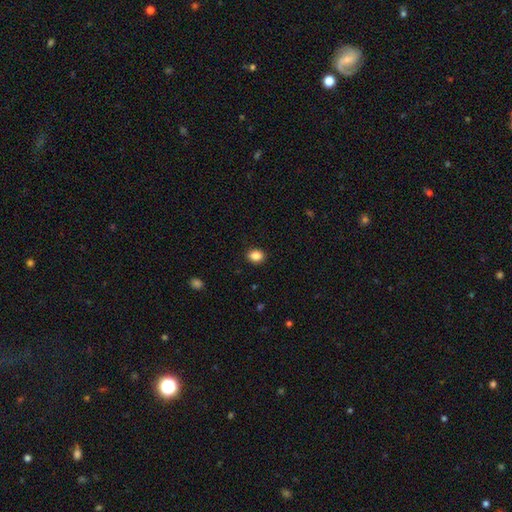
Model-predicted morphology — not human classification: Smooth or featured? smooth (87%)
How rounded? round (51%)
Merging? none (90%)